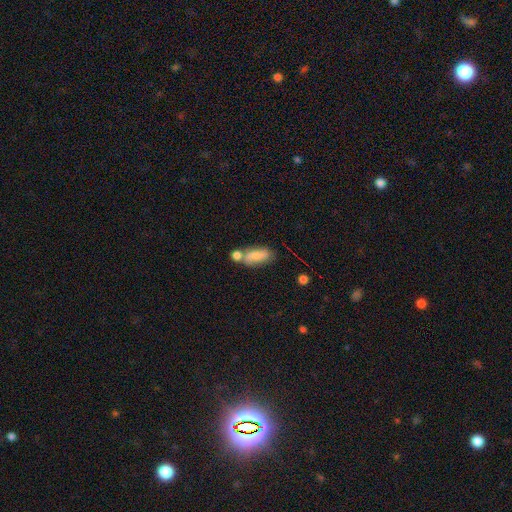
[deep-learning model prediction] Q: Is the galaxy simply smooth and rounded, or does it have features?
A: smooth — 72%.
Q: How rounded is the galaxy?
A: in between — 80%.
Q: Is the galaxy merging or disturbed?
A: none — 41%.